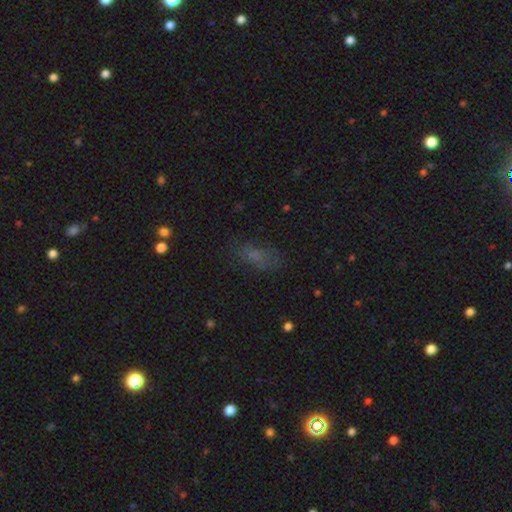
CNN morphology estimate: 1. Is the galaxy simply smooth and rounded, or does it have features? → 62% smooth, 21% star or artifact, 17% featured or disk.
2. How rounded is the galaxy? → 74% in between, 20% cigar-shaped, 6% round.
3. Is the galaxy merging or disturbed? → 62% none, 22% minor disturbance, 13% major disturbance, 3% merger.